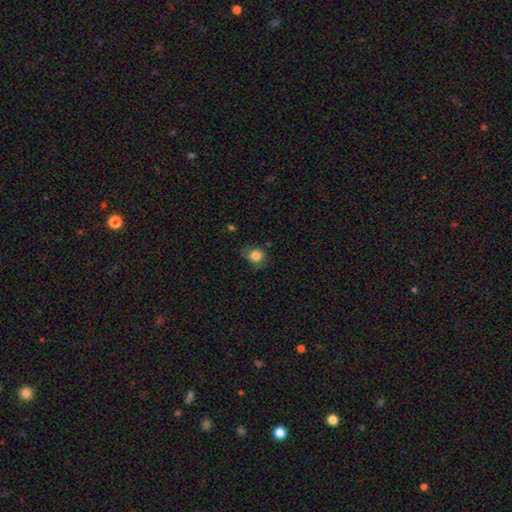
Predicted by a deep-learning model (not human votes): Overall: smooth (80%). How rounded: round (68%; in between 31%). Merging: none (56%; minor disturbance 29%).